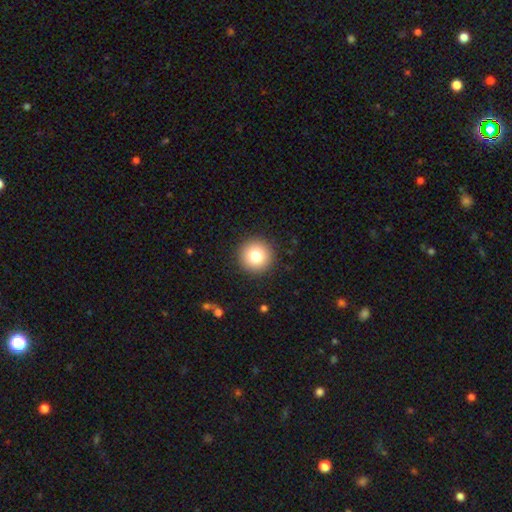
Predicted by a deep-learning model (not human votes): Morphology: type=smooth (80%); roundness=round (96%); merging=none (92%).